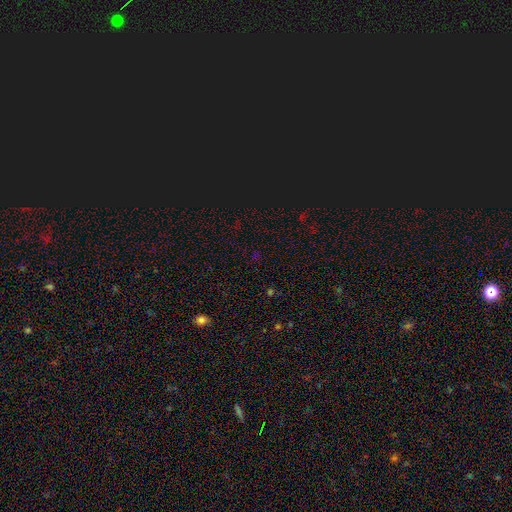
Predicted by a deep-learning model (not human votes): Smooth or featured?
  - star or artifact: 69% *
  - smooth: 24%
  - featured or disk: 7%